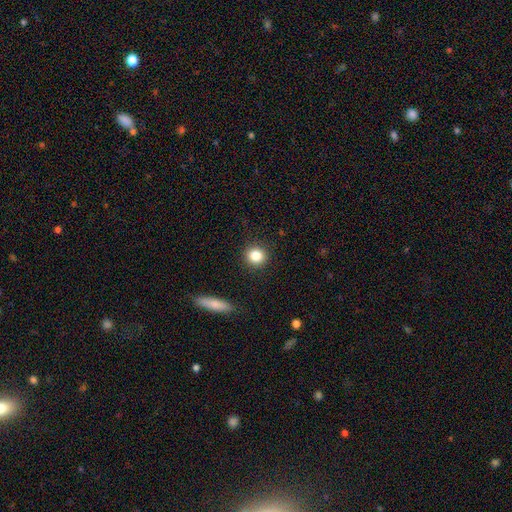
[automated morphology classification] This appears to be a smooth galaxy with no disk features (84%) that is round (90%). Merging: none (91%).